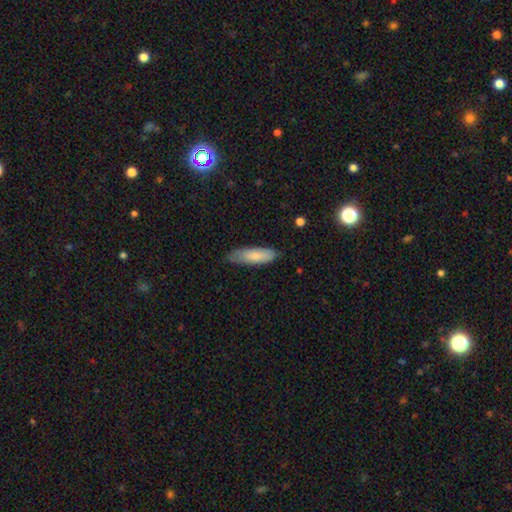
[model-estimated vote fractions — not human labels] This is clearly a smooth galaxy (81%). How rounded: possibly in between (51%). Merging: likely none (70%).